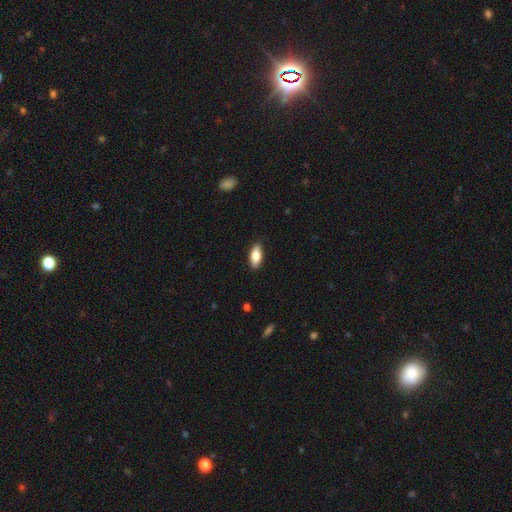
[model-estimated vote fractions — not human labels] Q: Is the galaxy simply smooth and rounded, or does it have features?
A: smooth — 81%.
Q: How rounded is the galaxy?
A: in between — 81%.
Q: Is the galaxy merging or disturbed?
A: none — 88%.